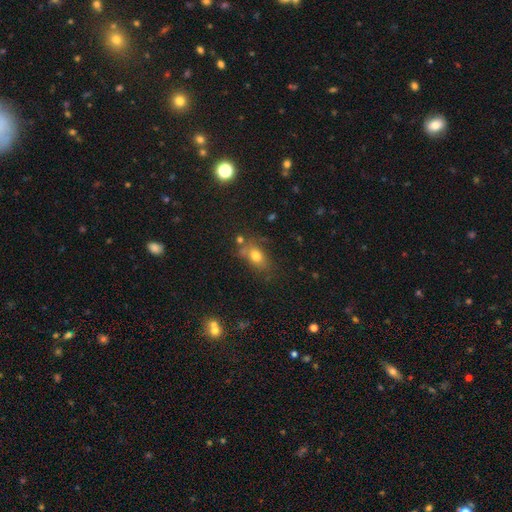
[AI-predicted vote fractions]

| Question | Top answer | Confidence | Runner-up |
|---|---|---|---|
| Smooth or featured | smooth | 73% | star or artifact (14%) |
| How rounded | in between | 71% | round (25%) |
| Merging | none | 63% | minor disturbance (19%) |